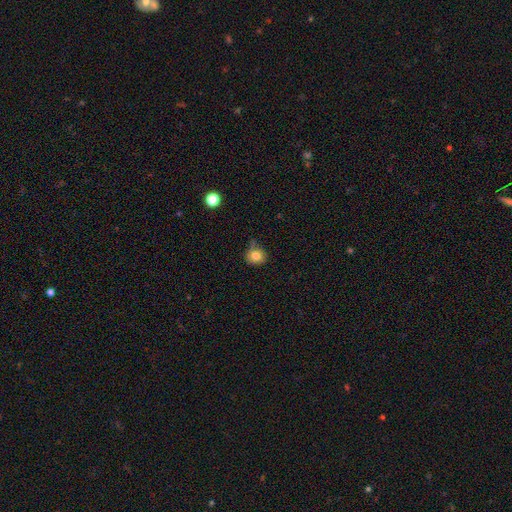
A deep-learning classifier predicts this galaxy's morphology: smooth_or_featured: smooth (p=0.81) [alt: star or artifact p=0.11]
how_rounded: round (p=0.81) [alt: in between p=0.18]
merging: none (p=0.62) [alt: minor disturbance p=0.27]